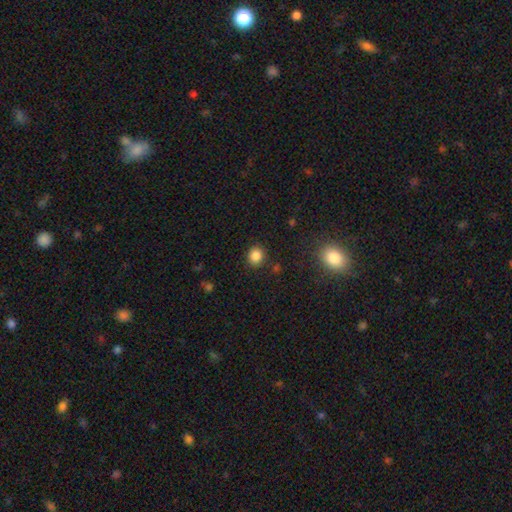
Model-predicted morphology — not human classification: A smooth galaxy with no disk features (85%) that is round (78%). Merging: none (88%).